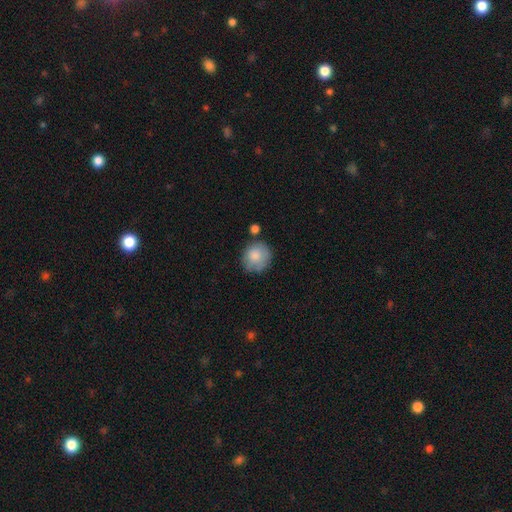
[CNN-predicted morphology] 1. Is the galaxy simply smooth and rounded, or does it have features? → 80% smooth, 12% featured or disk, 7% star or artifact.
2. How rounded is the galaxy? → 81% round, 18% in between, 1% cigar-shaped.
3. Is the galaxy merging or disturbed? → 65% none, 21% minor disturbance, 8% merger, 6% major disturbance.